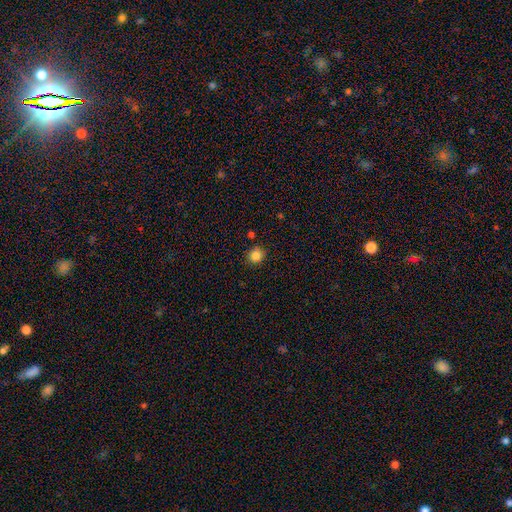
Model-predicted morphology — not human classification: smooth-or-featured: smooth: 84% | star or artifact: 11% | featured or disk: 4%
  how-rounded: round: 88% | in between: 11% | cigar-shaped: 1%
  merging: none: 87% | minor disturbance: 8% | merger: 3% | major disturbance: 2%